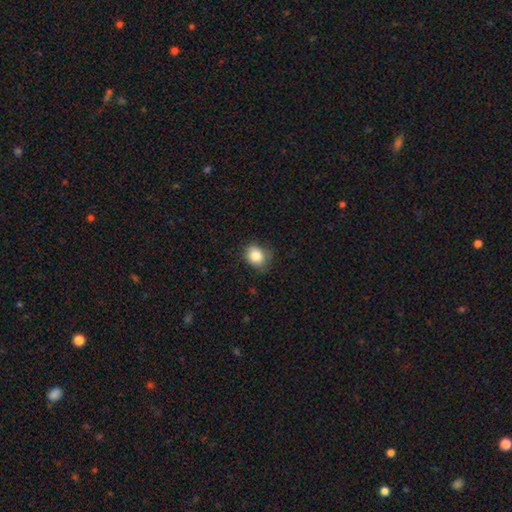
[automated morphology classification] This is clearly a smooth galaxy (83%). How rounded: likely round (63%). Merging: likely none (67%).